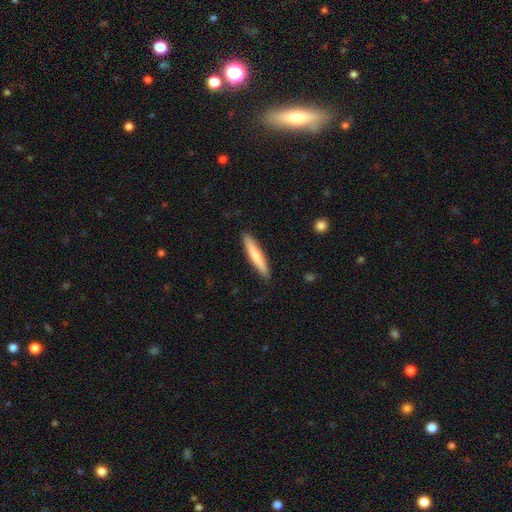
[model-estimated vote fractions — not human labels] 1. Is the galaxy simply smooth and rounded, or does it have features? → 73% smooth, 21% featured or disk, 5% star or artifact.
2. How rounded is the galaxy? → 93% cigar-shaped, 6% in between, 1% round.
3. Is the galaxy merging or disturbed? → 90% none, 8% minor disturbance, 2% major disturbance, 1% merger.